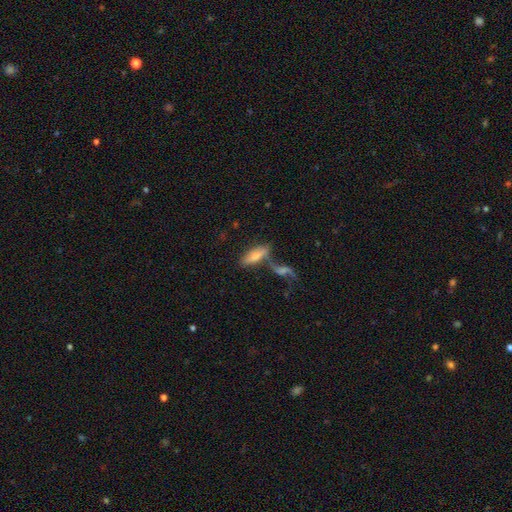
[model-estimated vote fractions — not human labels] smooth-or-featured: smooth: 66% | featured or disk: 26% | star or artifact: 8%
  how-rounded: in between: 62% | cigar-shaped: 36% | round: 3%
  merging: none: 41% | merger: 39% | minor disturbance: 13% | major disturbance: 8%